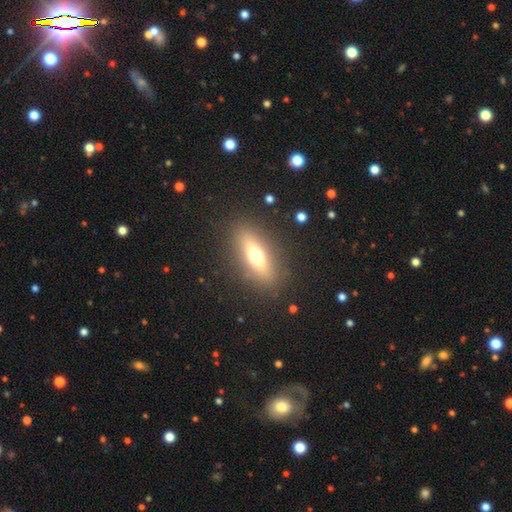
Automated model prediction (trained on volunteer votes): smooth 53%, featured or disk 37%, star or artifact 10%. Down the decision tree: how rounded — in between (53%); merging — none (86%).